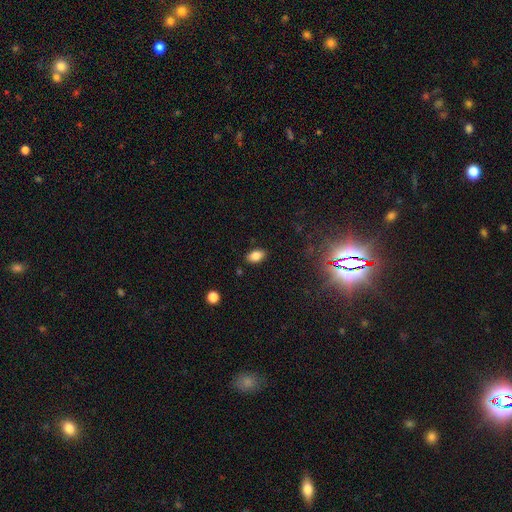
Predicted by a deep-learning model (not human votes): This is clearly a smooth galaxy (84%). How rounded: clearly in between (90%). Merging: clearly none (86%).